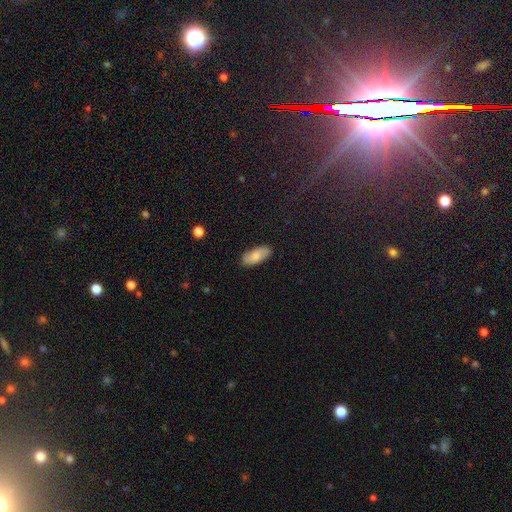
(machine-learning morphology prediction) Overall: smooth (73%). How rounded: in between (87%). Merging: none (86%).